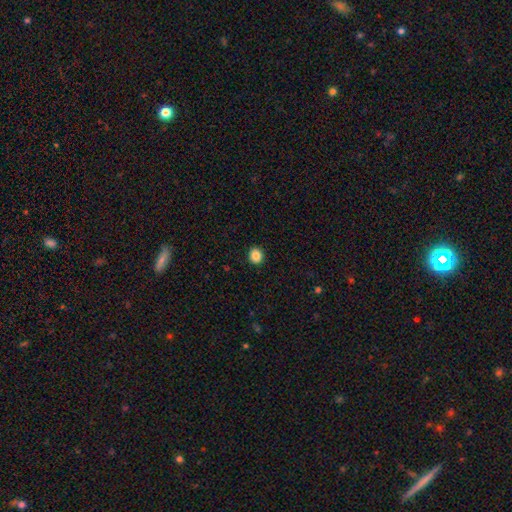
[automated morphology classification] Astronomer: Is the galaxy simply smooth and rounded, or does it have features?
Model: smooth — 86%.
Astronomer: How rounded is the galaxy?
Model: round — 86%.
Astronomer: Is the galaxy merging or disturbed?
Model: none — 93%.